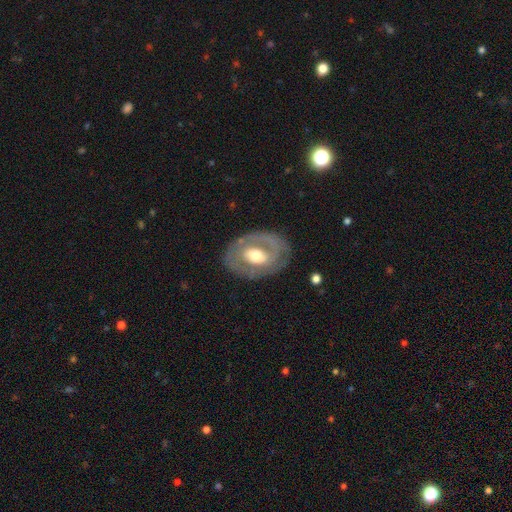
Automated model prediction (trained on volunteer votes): Smooth or featured: featured or disk — 68% (smooth — 27%)
Edge-on disk: no — 95% (yes — 5%)
Bar: no — 52% (weak — 32%)
Spiral arms: no — 51% (yes — 49%)
Bulge size: moderate — 64% (large — 23%)
Merging: none — 77% (minor disturbance — 14%)